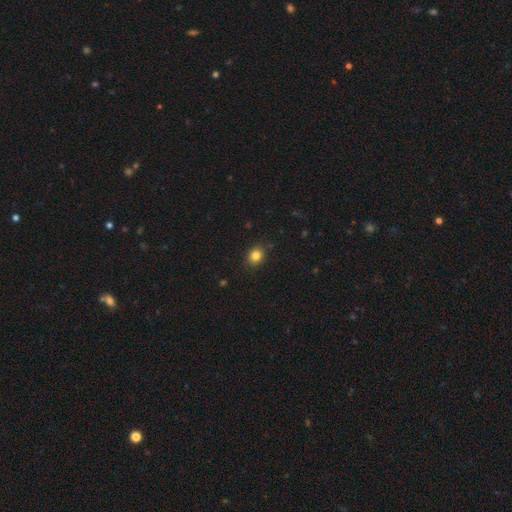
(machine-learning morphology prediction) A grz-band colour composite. It shows a smooth galaxy with no disk features (83%) that is round (73%). Merging: none (88%).